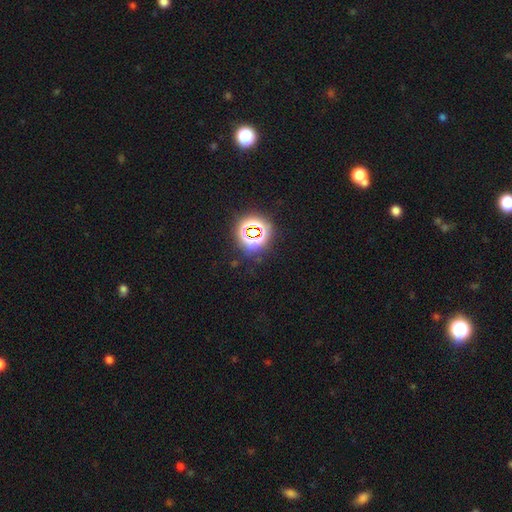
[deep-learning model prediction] Q: Smooth or featured?
A: star or artifact (78%); runner-up: smooth (15%)